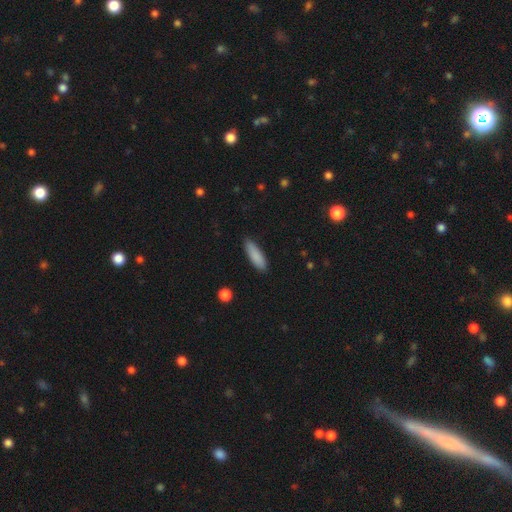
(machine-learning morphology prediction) A smooth galaxy with no disk features (86%) that is cigar-shaped (53%).

Vote fractions:
- Smooth or featured? smooth: 86% / featured or disk: 7% / star or artifact: 6%
- How rounded? cigar-shaped: 53% / in between: 46% / round: 2%
- Merging? none: 86% / minor disturbance: 11% / major disturbance: 2% / merger: 1%